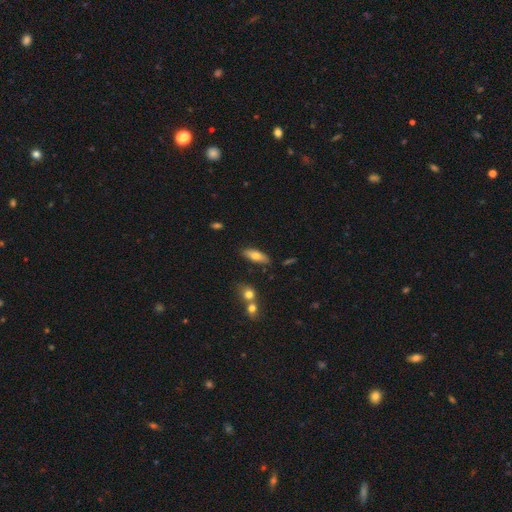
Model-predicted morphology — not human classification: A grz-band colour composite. It shows a smooth galaxy with no disk features (68%) that is in between round and cigar-shaped (66%). Merging: none (81%).